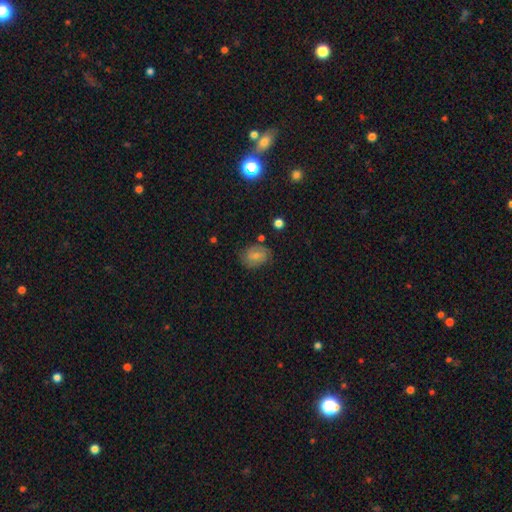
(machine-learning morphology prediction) smooth_or_featured: smooth (p=0.47) [alt: featured or disk p=0.43]
merging: none (p=0.73) [alt: minor disturbance p=0.19]